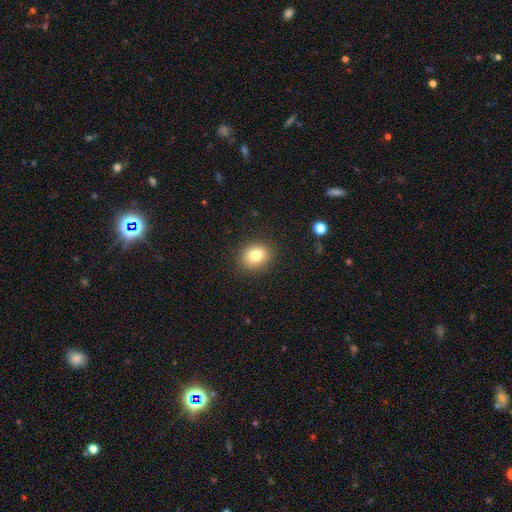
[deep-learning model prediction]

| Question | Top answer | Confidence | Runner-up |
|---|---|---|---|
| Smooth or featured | smooth | 80% | star or artifact (11%) |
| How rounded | round | 67% | in between (32%) |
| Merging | none | 89% | minor disturbance (8%) |